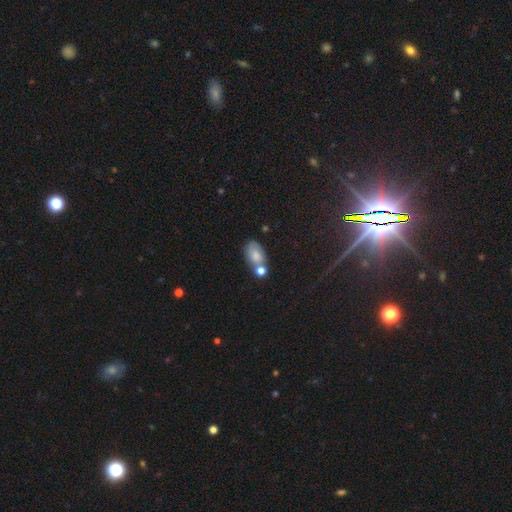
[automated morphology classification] This appears to be a smooth galaxy with no disk features (76%) that is in between round and cigar-shaped (88%). Merging: none (46%).